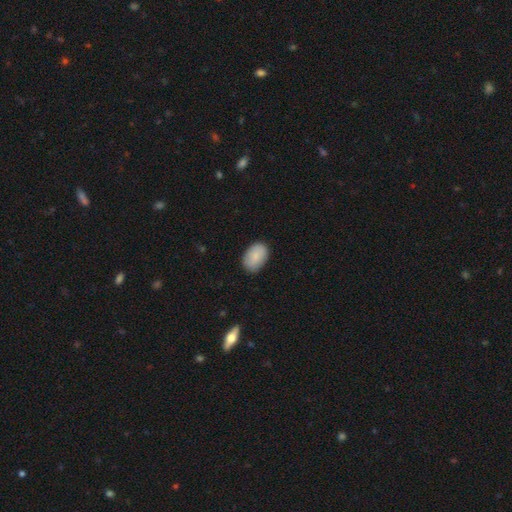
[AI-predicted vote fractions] Smooth or featured? Predicted: smooth (p=0.87). How rounded? Predicted: in between (p=0.89). Merging? Predicted: none (p=0.85).